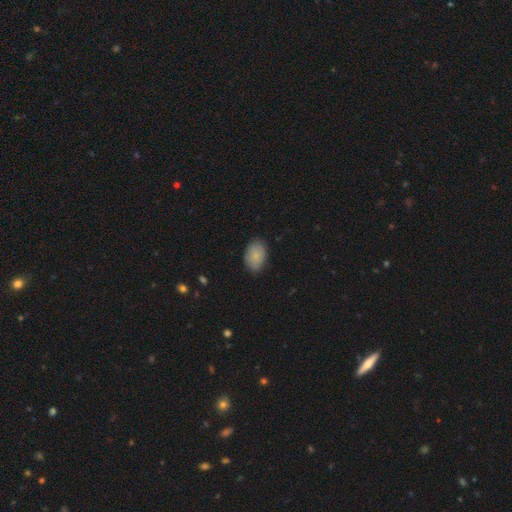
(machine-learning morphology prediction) smooth-or-featured: smooth: 86% | featured or disk: 7% | star or artifact: 7%
  how-rounded: in between: 86% | round: 12% | cigar-shaped: 1%
  merging: none: 84% | minor disturbance: 13% | major disturbance: 3% | merger: 1%